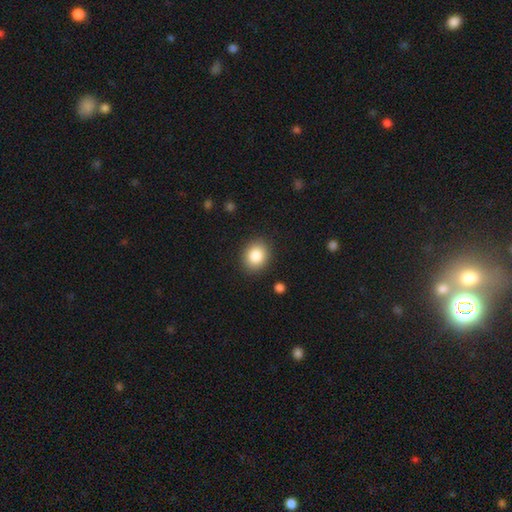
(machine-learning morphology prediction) type=smooth (85%); roundness=round (64%); merging=none (89%).